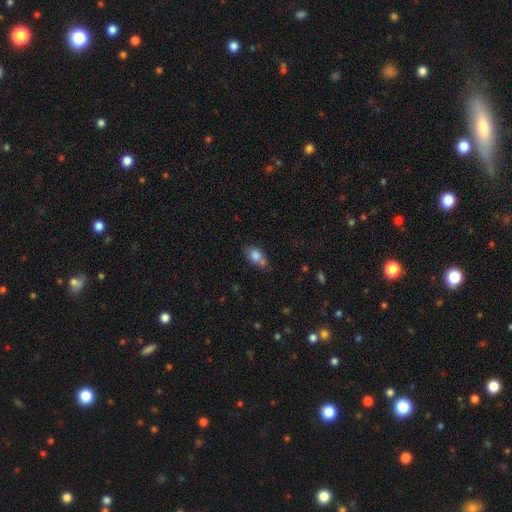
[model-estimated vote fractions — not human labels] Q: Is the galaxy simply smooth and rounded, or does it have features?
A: smooth — 78%.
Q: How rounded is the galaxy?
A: in between — 81%.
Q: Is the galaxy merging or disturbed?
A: none — 47%.